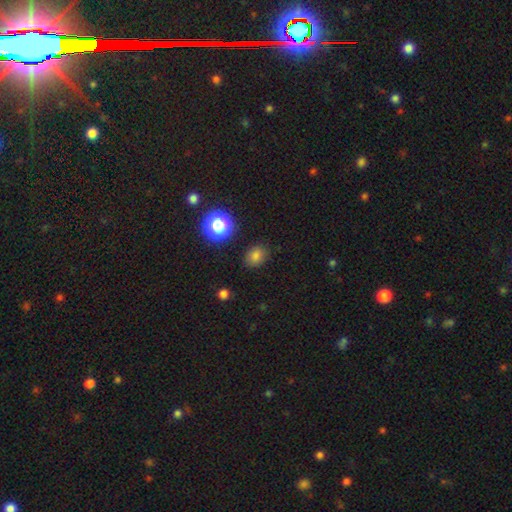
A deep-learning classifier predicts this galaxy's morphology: Smooth or featured? smooth (77%)
How rounded? in between (52%)
Merging? none (86%)